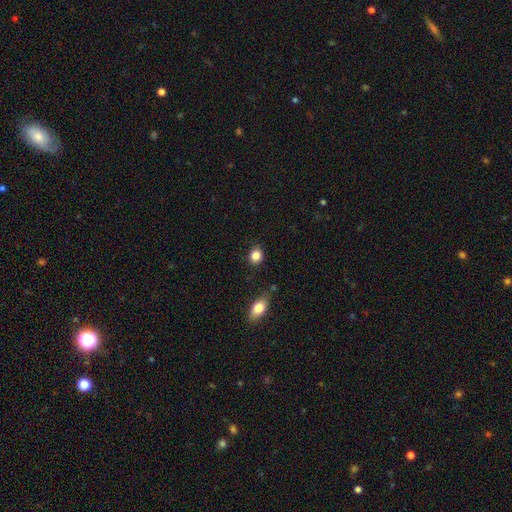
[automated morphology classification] Overall: smooth (85%). How rounded: round (76%). Merging: none (85%).